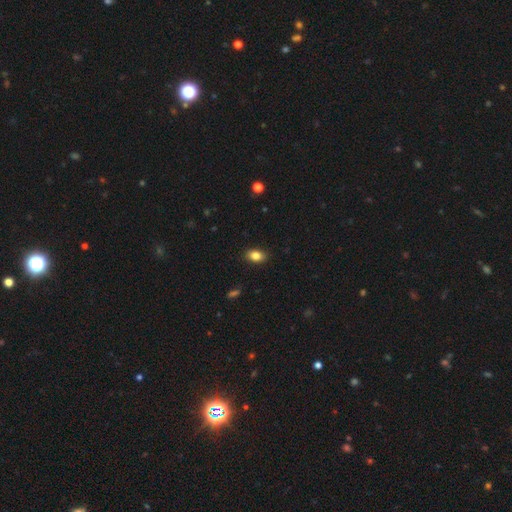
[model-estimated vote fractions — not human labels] smooth-or-featured: smooth: 84% | star or artifact: 9% | featured or disk: 7%
  how-rounded: in between: 83% | round: 15% | cigar-shaped: 2%
  merging: none: 87% | minor disturbance: 9% | major disturbance: 2% | merger: 1%